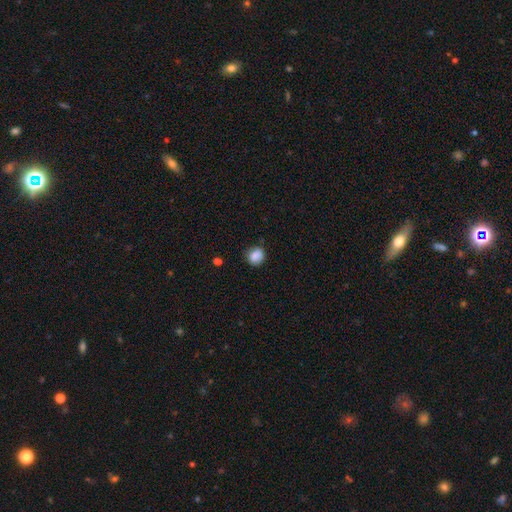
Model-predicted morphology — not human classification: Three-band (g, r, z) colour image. It shows a smooth galaxy with no disk features (86%) that is round (73%). Merging: none (75%).